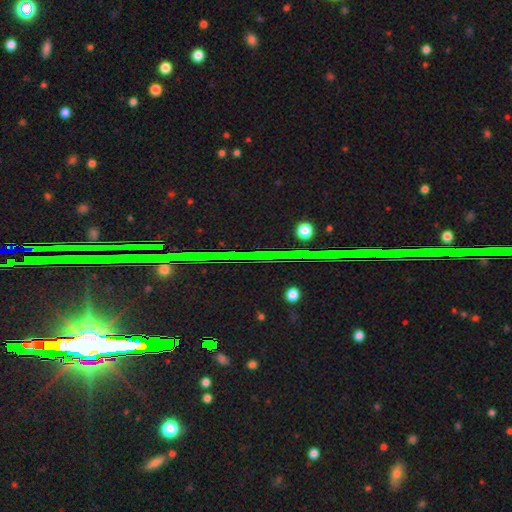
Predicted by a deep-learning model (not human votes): Smooth or featured?
  - star or artifact: 85% *
  - featured or disk: 9%
  - smooth: 7%